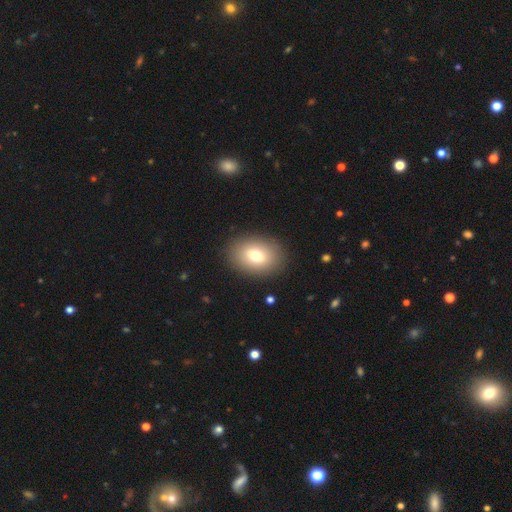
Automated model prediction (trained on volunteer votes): Smooth or featured?
  - smooth: 74% *
  - featured or disk: 17%
  - star or artifact: 9%
How rounded?
  - in between: 76% *
  - round: 23%
  - cigar-shaped: 1%
Merging?
  - none: 88% *
  - minor disturbance: 8%
  - major disturbance: 3%
  - merger: 1%